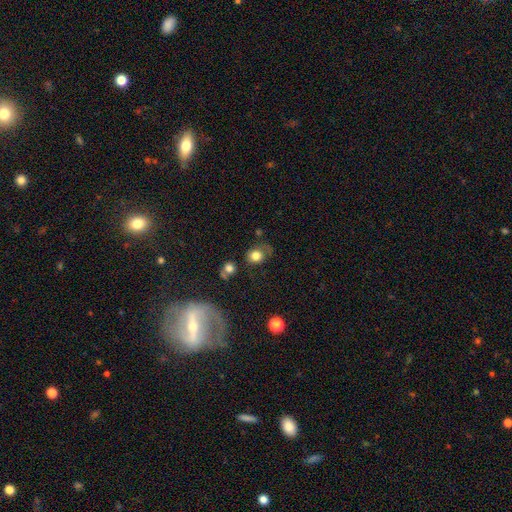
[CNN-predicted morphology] smooth 78%, star or artifact 11%, featured or disk 11%. Down the decision tree: how rounded — round (67%); merging — none (55%).